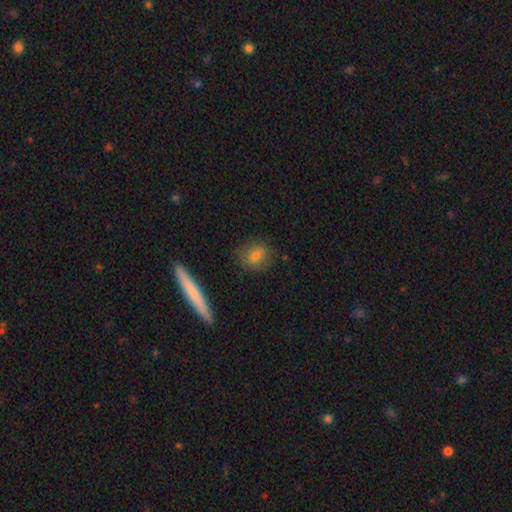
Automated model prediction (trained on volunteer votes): smooth_or_featured: smooth (p=0.76) [alt: featured or disk p=0.16]
how_rounded: round (p=0.50) [alt: in between p=0.41]
merging: none (p=0.83) [alt: minor disturbance p=0.12]